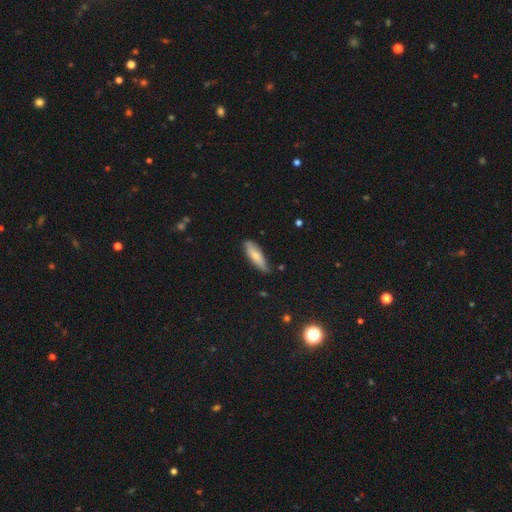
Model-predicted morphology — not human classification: Smooth or featured? smooth (74%)
How rounded? cigar-shaped (50%)
Merging? none (66%)